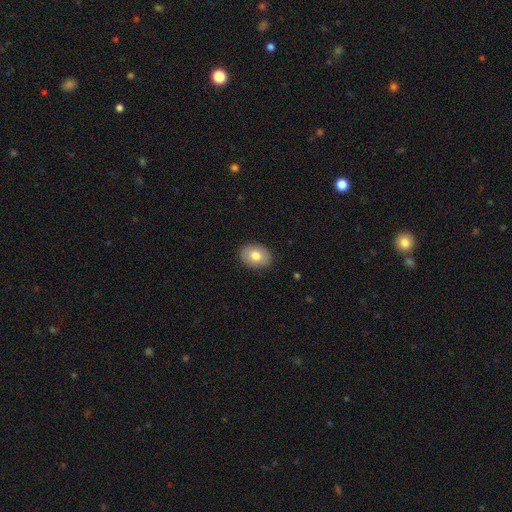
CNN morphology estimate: Smooth or featured? smooth (77%)
How rounded? in between (71%)
Merging? none (89%)